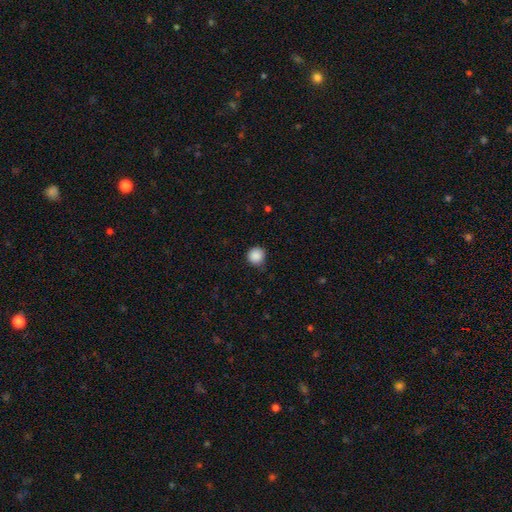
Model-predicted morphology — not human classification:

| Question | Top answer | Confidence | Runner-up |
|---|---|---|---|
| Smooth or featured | smooth | 88% | star or artifact (10%) |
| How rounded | round | 93% | in between (6%) |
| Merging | none | 80% | minor disturbance (16%) |